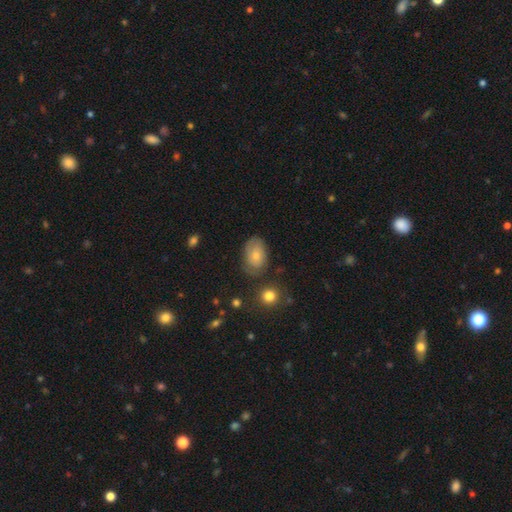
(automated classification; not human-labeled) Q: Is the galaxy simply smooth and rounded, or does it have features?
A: smooth — 64%.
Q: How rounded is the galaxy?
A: in between — 84%.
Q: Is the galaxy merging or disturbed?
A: none — 67%.